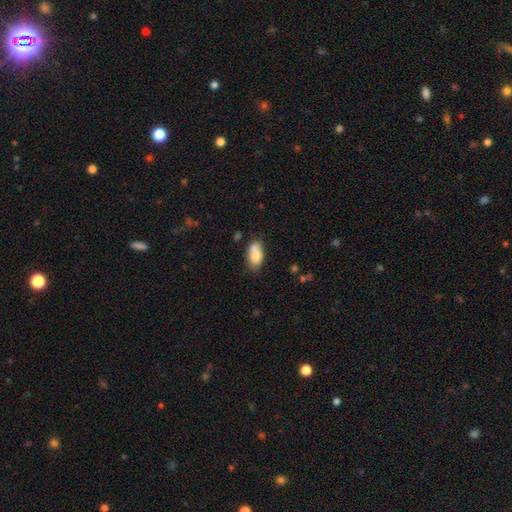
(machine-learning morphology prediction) smooth 78%, featured or disk 15%, star or artifact 7%. Down the decision tree: how rounded — in between (89%); merging — none (53%).